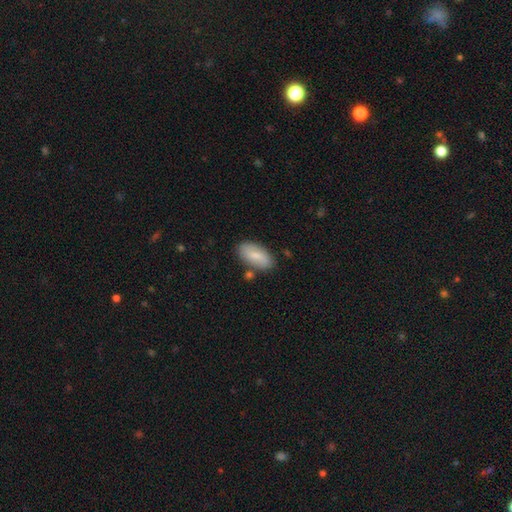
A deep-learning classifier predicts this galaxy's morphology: This appears to be a smooth galaxy with no disk features (76%) that is in between round and cigar-shaped (92%). Merging: none (79%).